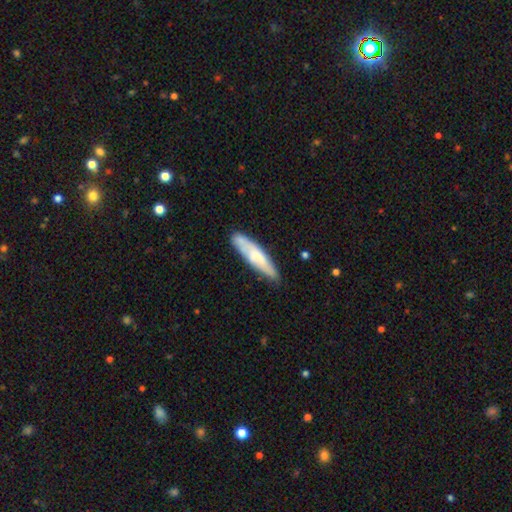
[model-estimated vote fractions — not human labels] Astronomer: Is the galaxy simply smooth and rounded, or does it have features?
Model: smooth — 63%.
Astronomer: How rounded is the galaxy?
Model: cigar-shaped — 78%.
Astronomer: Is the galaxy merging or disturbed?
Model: none — 74%.